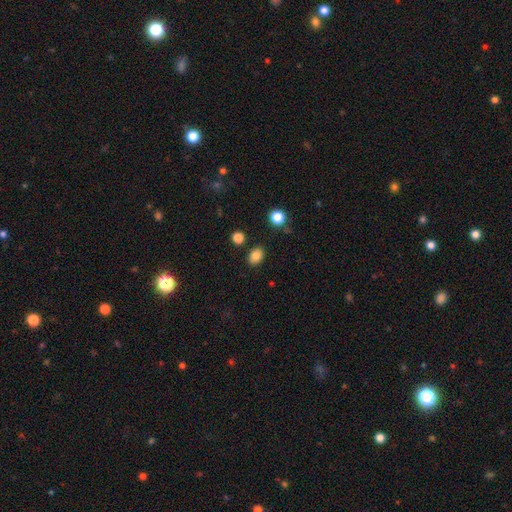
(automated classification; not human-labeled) smooth-or-featured: smooth: 84% | star or artifact: 10% | featured or disk: 6%
  how-rounded: in between: 67% | round: 32% | cigar-shaped: 1%
  merging: none: 86% | minor disturbance: 9% | merger: 3% | major disturbance: 2%